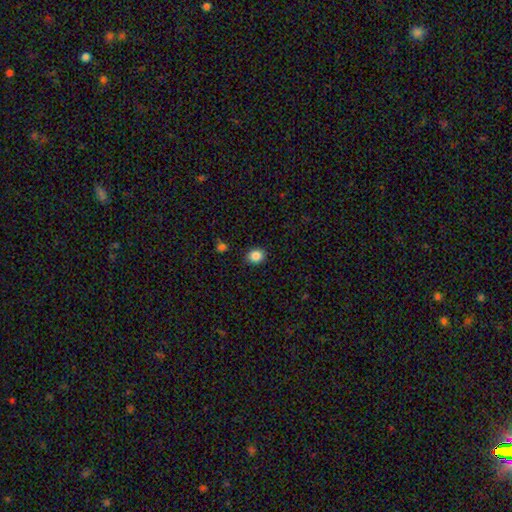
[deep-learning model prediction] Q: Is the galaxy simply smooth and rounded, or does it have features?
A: smooth — 86%.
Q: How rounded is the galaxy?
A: round — 68%.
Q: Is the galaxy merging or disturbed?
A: none — 89%.